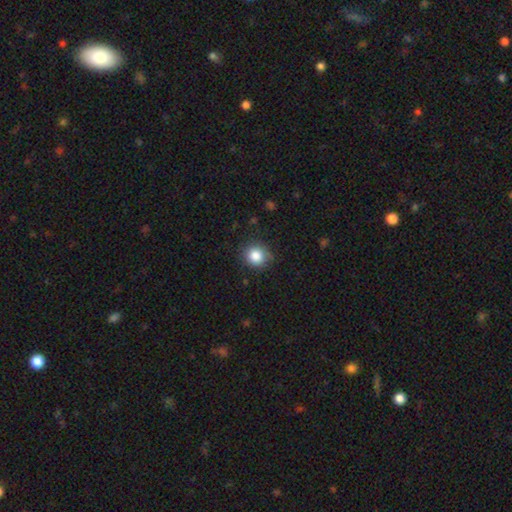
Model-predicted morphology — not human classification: Overall: smooth (85%). How rounded: round (86%). Merging: none (81%).